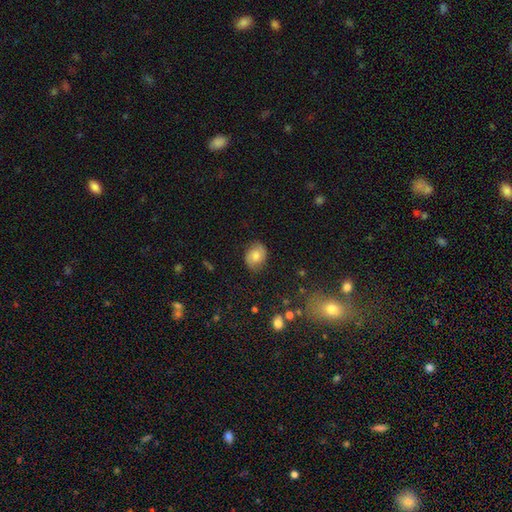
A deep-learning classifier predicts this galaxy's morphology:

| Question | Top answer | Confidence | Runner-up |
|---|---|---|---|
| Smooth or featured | smooth | 64% | featured or disk (27%) |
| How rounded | in between | 52% | round (47%) |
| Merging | none | 78% | minor disturbance (16%) |